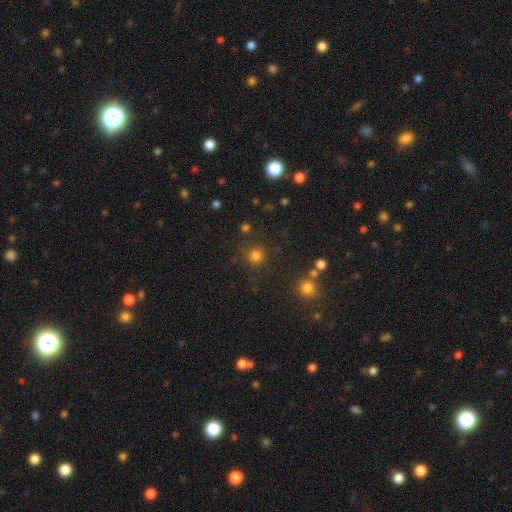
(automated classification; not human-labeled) Smooth or featured? smooth (79%)
How rounded? round (93%)
Merging? none (83%)